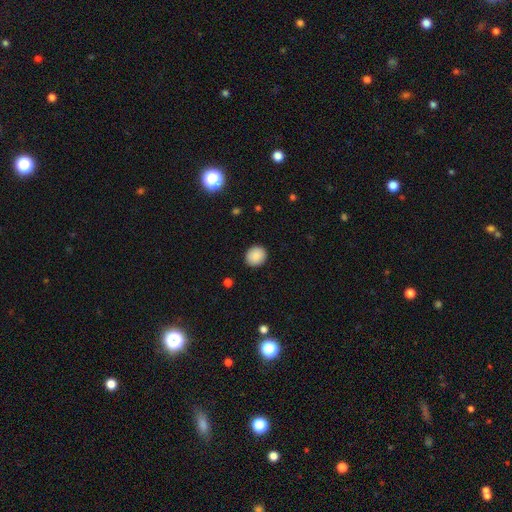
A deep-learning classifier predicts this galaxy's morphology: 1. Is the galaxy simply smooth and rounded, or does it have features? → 88% smooth, 8% star or artifact, 3% featured or disk.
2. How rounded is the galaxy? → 82% round, 17% in between, 1% cigar-shaped.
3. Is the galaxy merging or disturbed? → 91% none, 6% minor disturbance, 2% major disturbance, 1% merger.